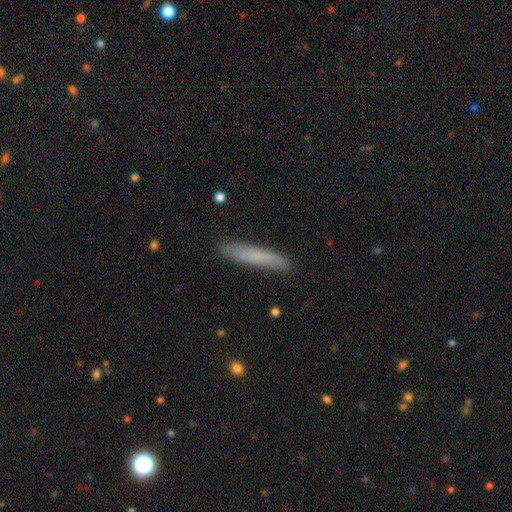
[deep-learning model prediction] smooth_or_featured: smooth (p=0.71) [alt: featured or disk p=0.22]
how_rounded: cigar-shaped (p=0.93) [alt: in between p=0.05]
merging: none (p=0.88) [alt: minor disturbance p=0.09]